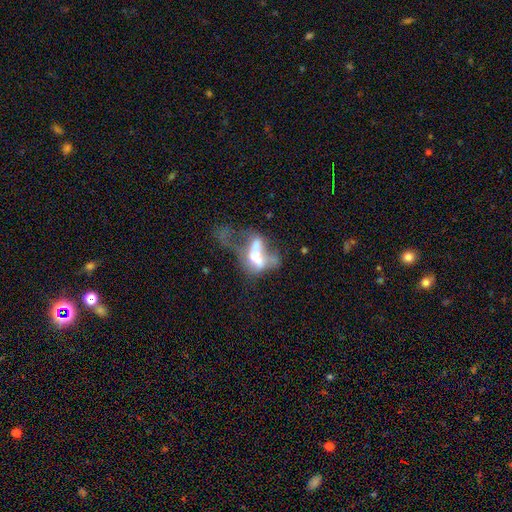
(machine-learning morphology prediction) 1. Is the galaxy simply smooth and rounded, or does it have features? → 58% featured or disk, 32% smooth, 11% star or artifact.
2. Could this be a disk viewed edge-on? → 78% no, 22% yes.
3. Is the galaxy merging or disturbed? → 46% major disturbance, 27% merger, 15% none, 11% minor disturbance.